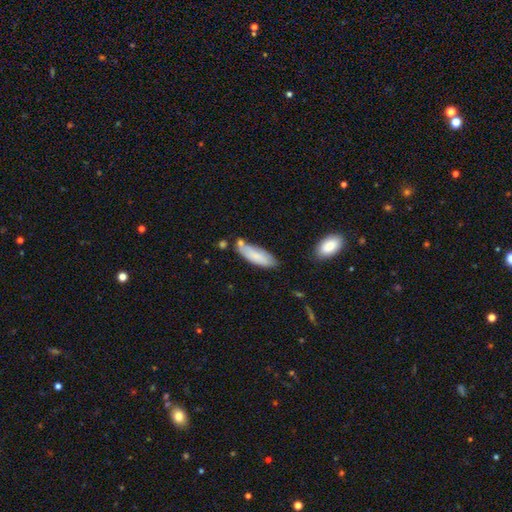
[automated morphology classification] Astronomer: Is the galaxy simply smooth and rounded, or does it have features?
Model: smooth — 79%.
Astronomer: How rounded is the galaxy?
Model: in between — 58% (runner-up: cigar-shaped, 40%).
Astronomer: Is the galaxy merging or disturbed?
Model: none — 59%.